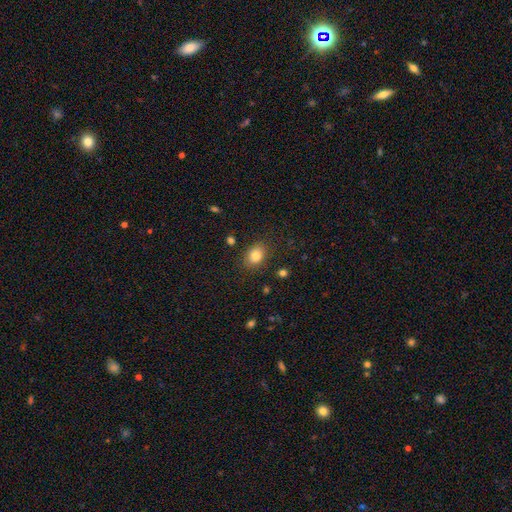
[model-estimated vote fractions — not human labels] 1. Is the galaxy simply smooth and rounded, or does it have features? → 83% smooth, 10% star or artifact, 7% featured or disk.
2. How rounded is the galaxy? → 62% in between, 37% round, 1% cigar-shaped.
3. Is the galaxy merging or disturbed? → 82% none, 12% minor disturbance, 3% major disturbance, 2% merger.